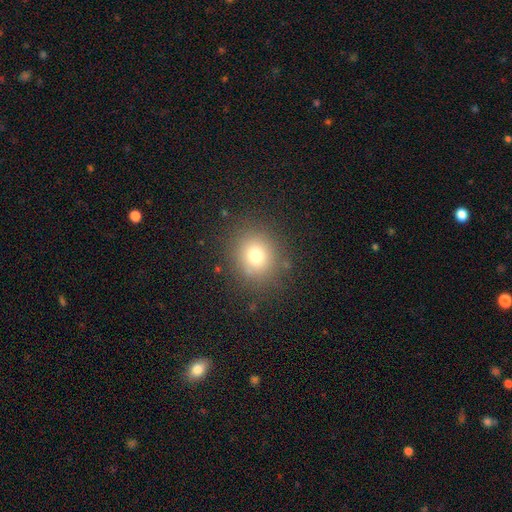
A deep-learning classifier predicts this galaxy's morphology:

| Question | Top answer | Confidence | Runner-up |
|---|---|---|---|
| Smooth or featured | smooth | 75% | star or artifact (15%) |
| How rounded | round | 75% | in between (24%) |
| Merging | none | 85% | minor disturbance (10%) |